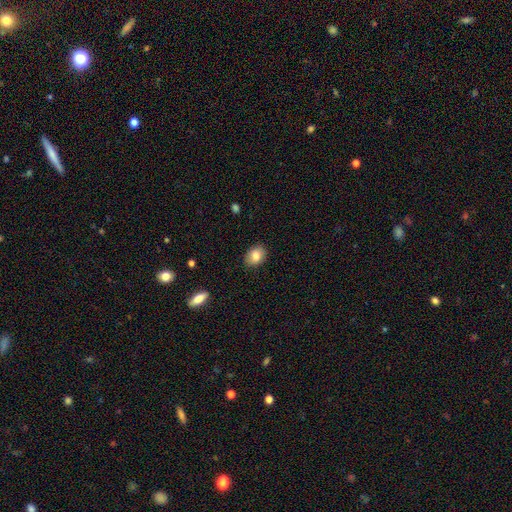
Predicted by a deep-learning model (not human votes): The model was most divided on "how rounded": in between: 64%, round: 35%, cigar-shaped: 1%. More confident: merging — none (87%); smooth or featured — smooth (82%).